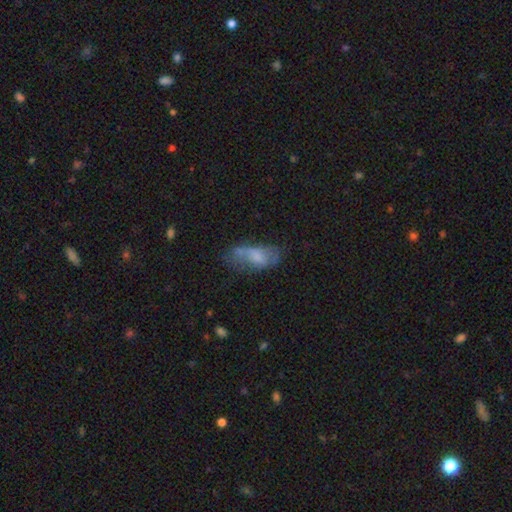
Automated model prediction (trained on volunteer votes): Smooth or featured? Predicted: smooth (p=0.57). How rounded? Predicted: in between (p=0.82). Merging? Predicted: none (p=0.38).